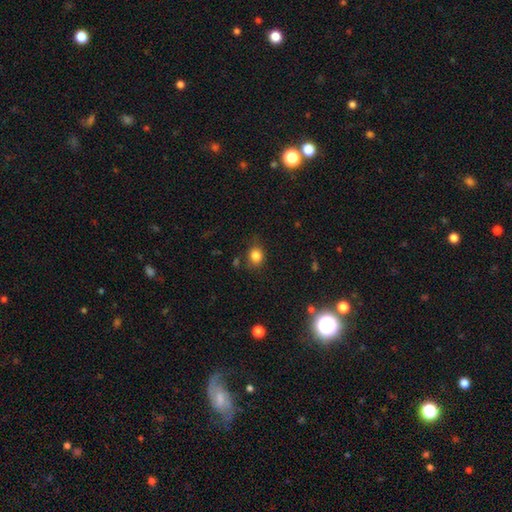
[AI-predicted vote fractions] A smooth galaxy with no disk features (83%) that is round (63%). Merging: none (71%).